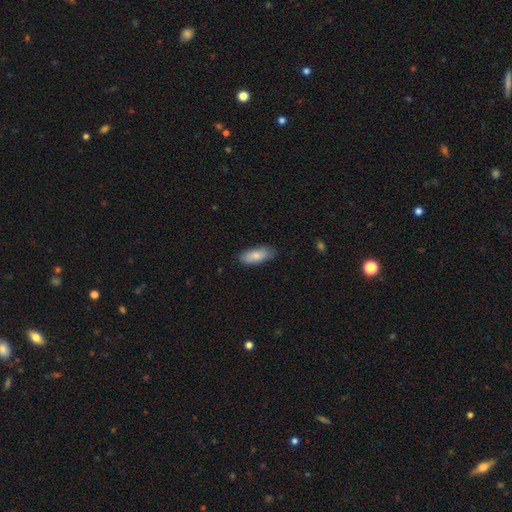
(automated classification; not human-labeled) The model was most divided on "how rounded": in between: 82%, cigar-shaped: 17%, round: 2%. More confident: smooth or featured — smooth (84%); merging — none (83%).